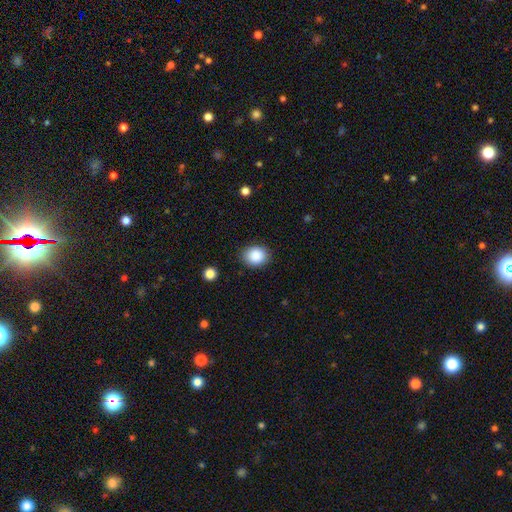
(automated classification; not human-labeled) This is clearly a smooth galaxy (88%). How rounded: likely round (60%). Merging: clearly none (86%).